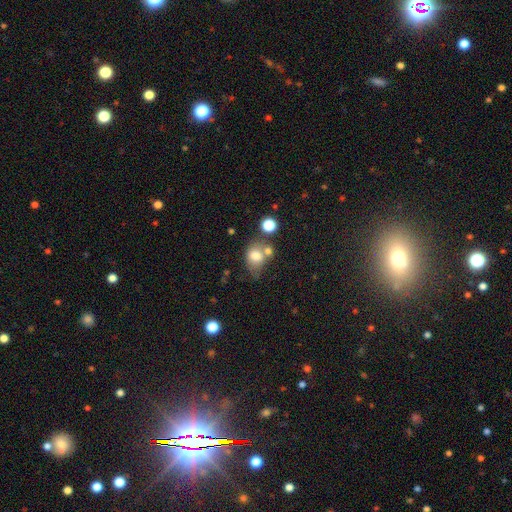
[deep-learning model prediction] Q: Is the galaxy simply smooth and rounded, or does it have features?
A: smooth — 73%.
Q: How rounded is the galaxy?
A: in between — 57%.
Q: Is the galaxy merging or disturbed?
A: none — 37%.